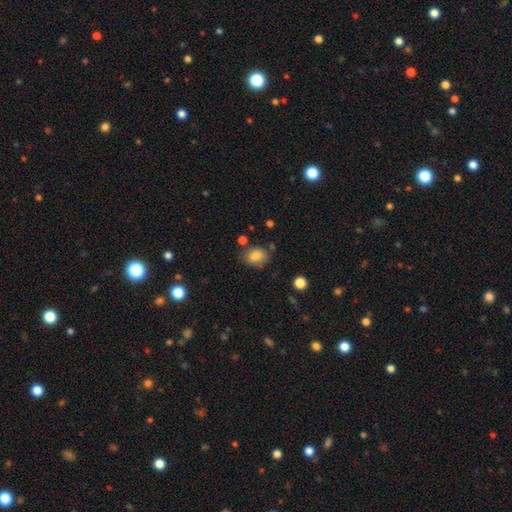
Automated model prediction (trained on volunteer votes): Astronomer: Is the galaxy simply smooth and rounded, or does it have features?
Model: smooth — 82%.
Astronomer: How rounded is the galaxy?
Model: in between — 59% (runner-up: round, 40%).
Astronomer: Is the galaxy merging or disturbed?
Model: none — 70%.